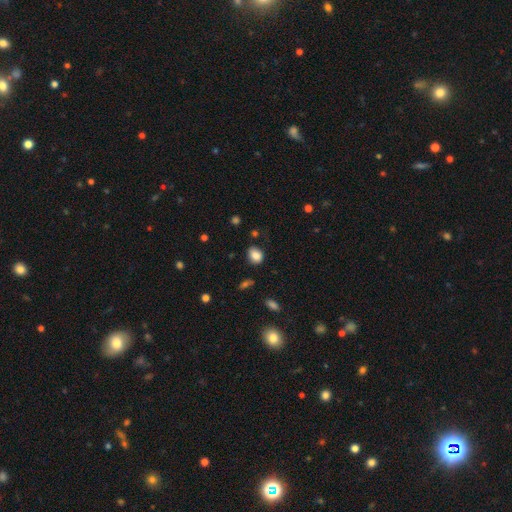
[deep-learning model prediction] A smooth galaxy with no disk features (83%) that is in between round and cigar-shaped (54%). Merging: none (74%).